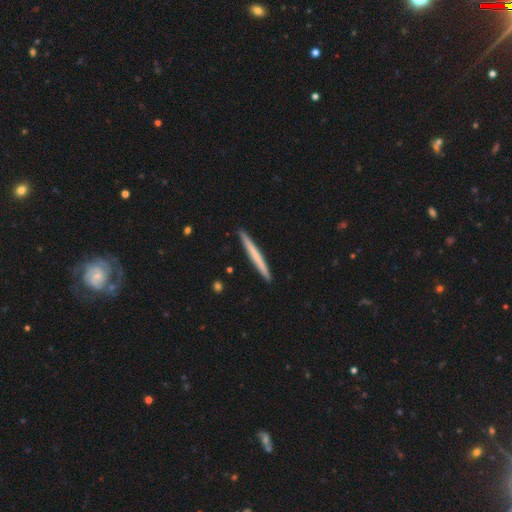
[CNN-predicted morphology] Smooth or featured? smooth (57%)
How rounded? cigar-shaped (97%)
Merging? none (92%)